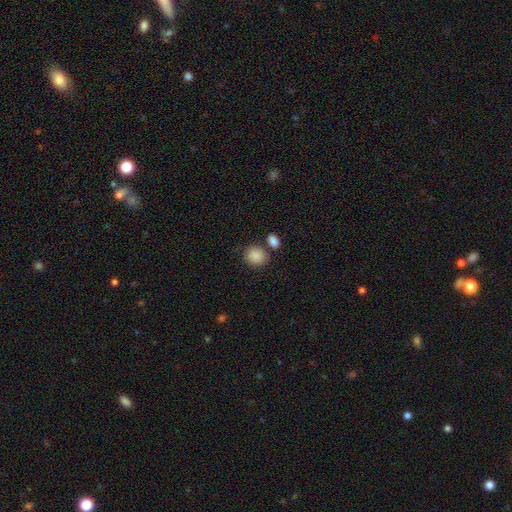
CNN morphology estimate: Overall: smooth (88%). How rounded: round (66%; in between 33%). Merging: none (68%).